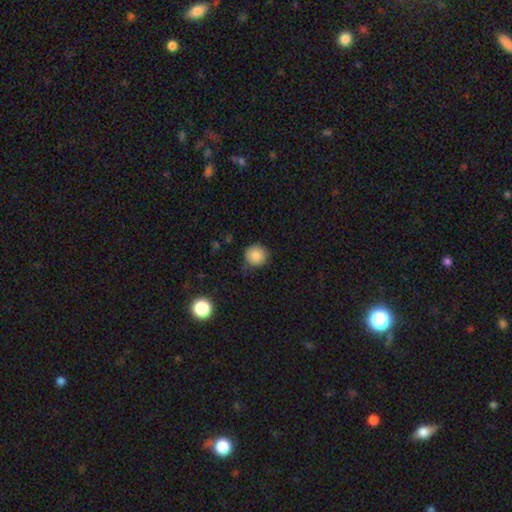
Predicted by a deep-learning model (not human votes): Smooth or featured: smooth — 86% (star or artifact — 10%)
How rounded: round — 93% (in between — 6%)
Merging: none — 83% (minor disturbance — 13%)